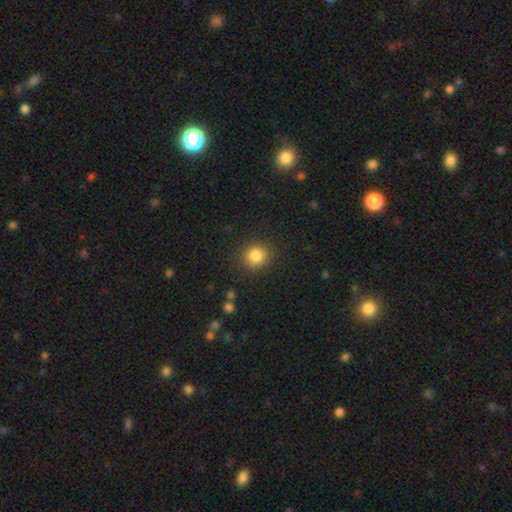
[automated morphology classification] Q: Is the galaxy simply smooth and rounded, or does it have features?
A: smooth — 84%.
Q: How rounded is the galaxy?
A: round — 82%.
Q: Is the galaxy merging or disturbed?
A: none — 87%.